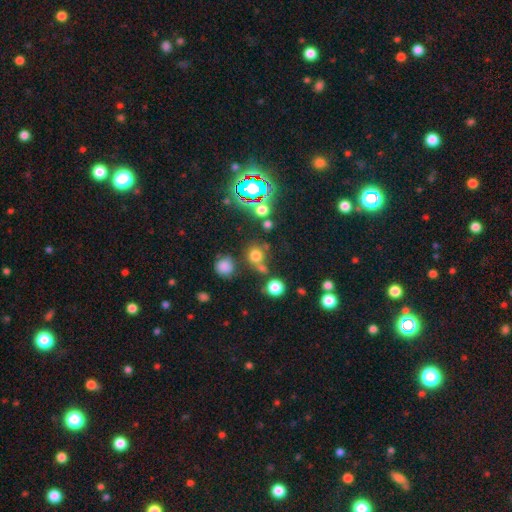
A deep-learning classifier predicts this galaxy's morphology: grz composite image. It shows a smooth galaxy with no disk features (66%) that is round (82%). Merging: none (62%).